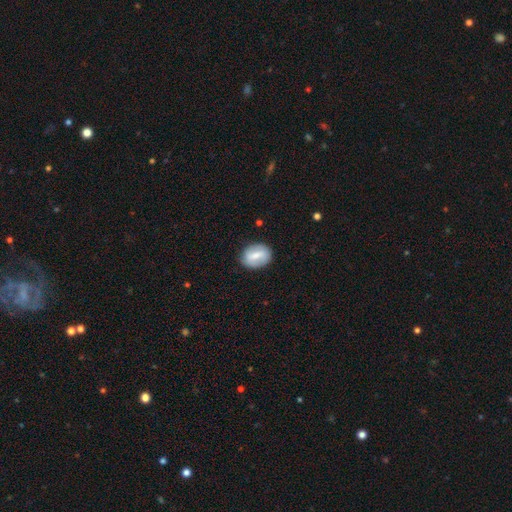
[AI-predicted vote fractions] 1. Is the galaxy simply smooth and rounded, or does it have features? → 53% smooth, 41% featured or disk, 7% star or artifact.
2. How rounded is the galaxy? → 63% in between, 36% round, 2% cigar-shaped.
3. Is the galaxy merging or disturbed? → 82% none, 13% minor disturbance, 3% major disturbance, 1% merger.